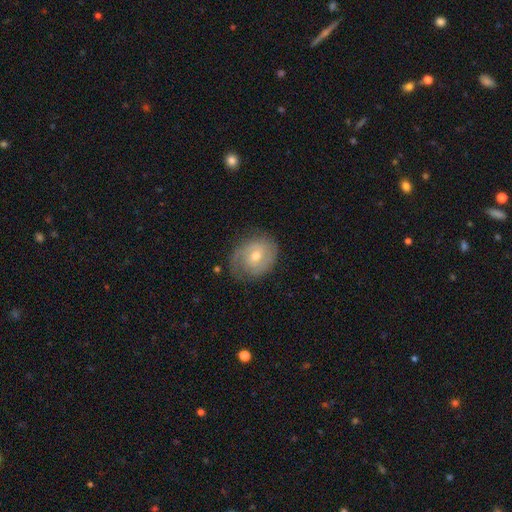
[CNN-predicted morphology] A featured or disk galaxy (68%) with no bar (55%), 2 (51%) tight (57%) spiral arms (86%) and a moderate central bulge (64%).

Vote fractions:
- Smooth or featured? featured or disk: 68% / smooth: 25% / star or artifact: 7%
- Edge-on disk? no: 97% / yes: 3%
- Bar? no: 55% / weak: 38% / strong: 7%
- Spiral arms? yes: 86% / no: 14%
- Spiral winding? tight: 57% / medium: 31% / loose: 11%
- Spiral arm count? 2: 51% / can't tell: 24% / 1: 15% / 3: 6% / 4: 2% / more than 4: 2%
- Bulge size? moderate: 64% / small: 32% / large: 2% / none: 1% / dominant: 1%
- Merging? none: 70% / minor disturbance: 21% / major disturbance: 8% / merger: 1%